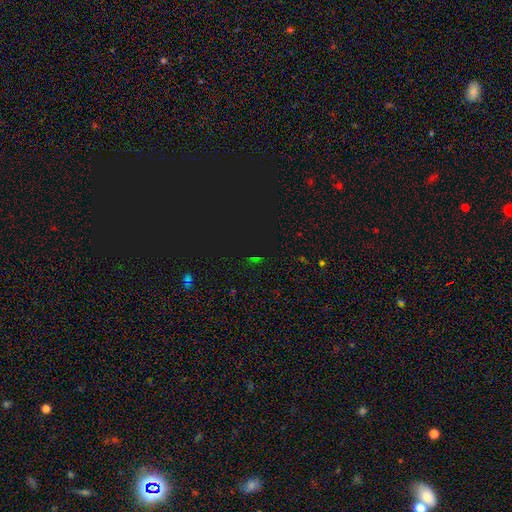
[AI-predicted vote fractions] Smooth or featured? star or artifact (73%)